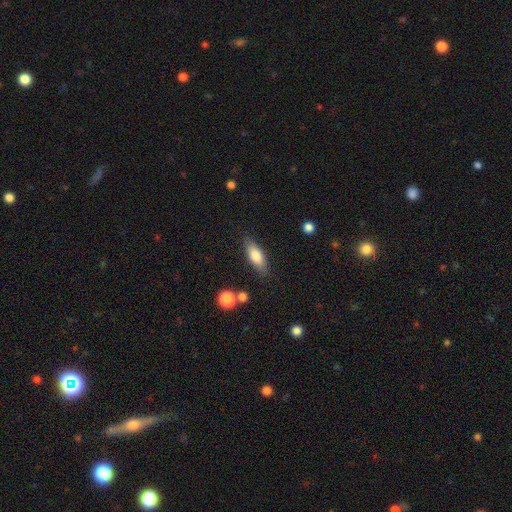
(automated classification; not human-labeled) Overall: smooth (74%). How rounded: in between (69%). Merging: none (82%).